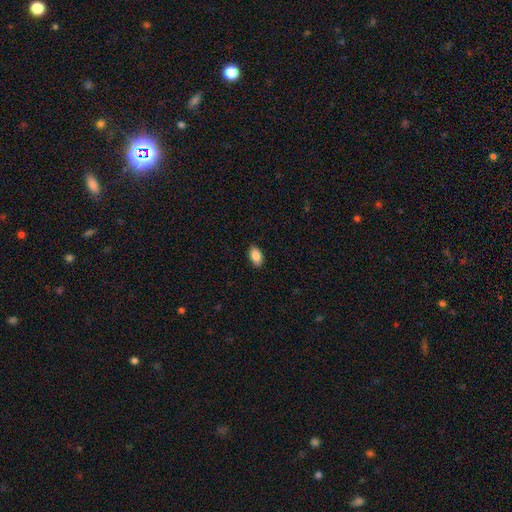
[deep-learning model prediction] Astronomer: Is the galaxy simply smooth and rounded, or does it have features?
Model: smooth — 87%.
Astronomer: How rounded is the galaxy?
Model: in between — 93%.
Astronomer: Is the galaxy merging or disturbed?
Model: none — 89%.